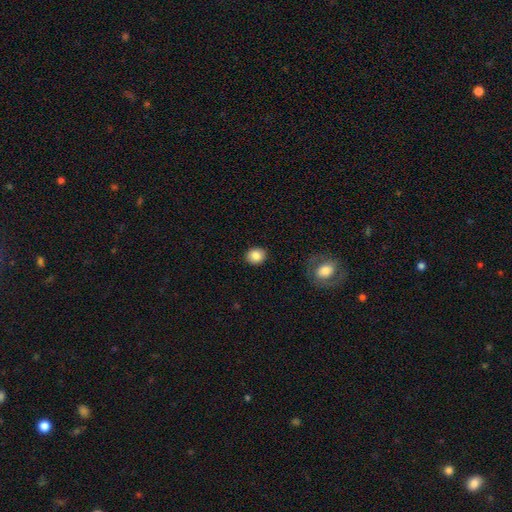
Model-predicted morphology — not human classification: Overall: smooth (86%). How rounded: round (70%). Merging: none (89%).